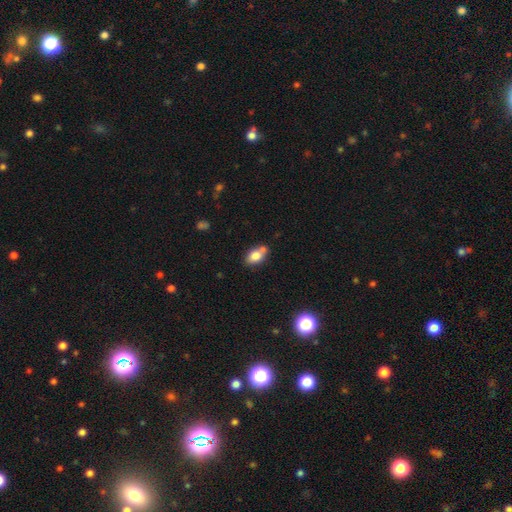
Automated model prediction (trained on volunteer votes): Smooth or featured?
  - smooth: 78% *
  - featured or disk: 13%
  - star or artifact: 9%
How rounded?
  - in between: 81% *
  - round: 16%
  - cigar-shaped: 2%
Merging?
  - none: 54% *
  - merger: 26%
  - minor disturbance: 16%
  - major disturbance: 4%